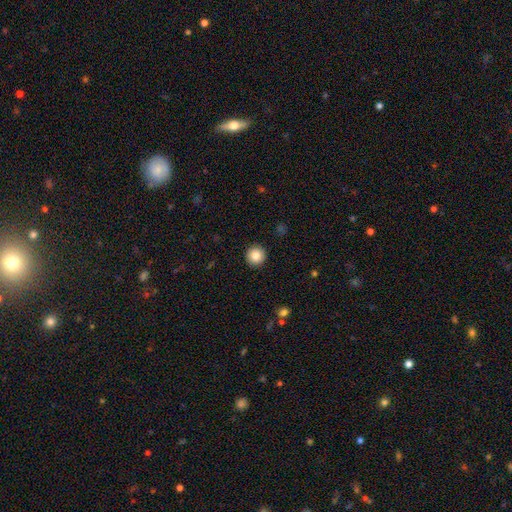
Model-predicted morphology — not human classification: Overall: smooth (87%). How rounded: round (96%). Merging: none (93%).